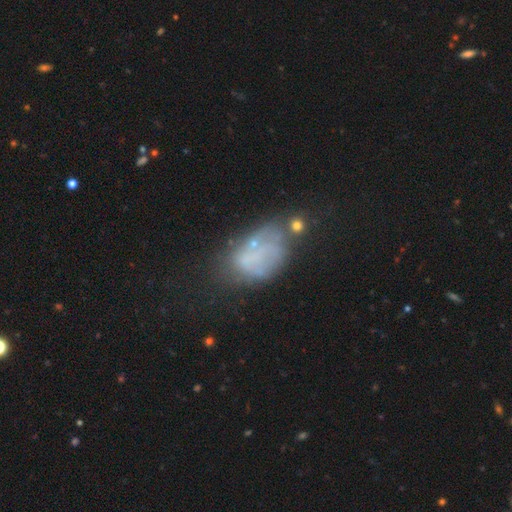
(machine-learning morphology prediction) Smooth or featured?
  - featured or disk: 43% *
  - smooth: 40%
  - star or artifact: 17%
Merging?
  - none: 30% *
  - major disturbance: 28%
  - minor disturbance: 25%
  - merger: 18%